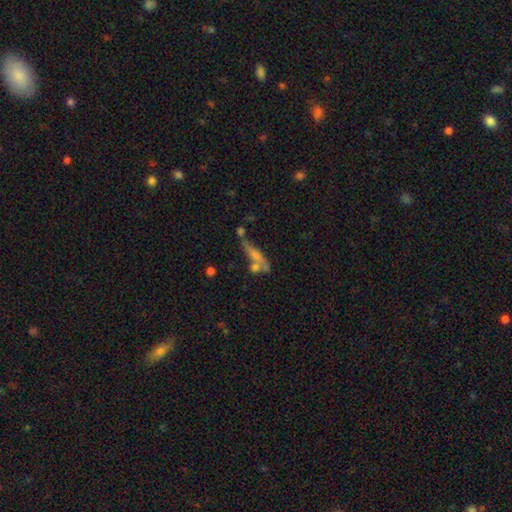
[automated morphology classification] This is possibly a featured or disk galaxy (52%). It is possibly not viewed edge-on (50%, tied with yes). Merging: marginally none (39%).